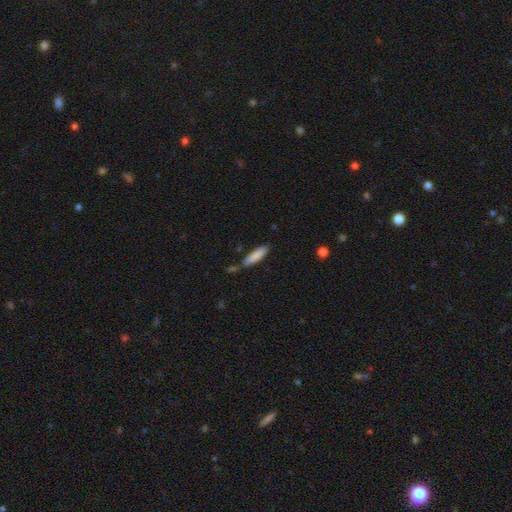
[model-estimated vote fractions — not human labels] The model was most divided on "how rounded": cigar-shaped: 66%, in between: 33%, round: 1%. More confident: smooth or featured — smooth (85%); merging — none (66%).